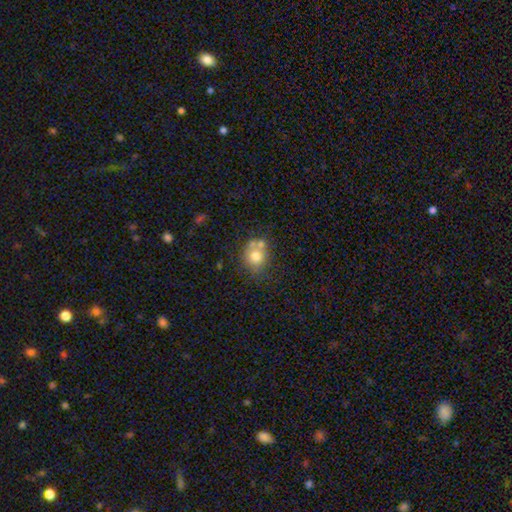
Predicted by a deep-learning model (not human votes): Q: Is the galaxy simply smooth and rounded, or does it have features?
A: smooth — 73%.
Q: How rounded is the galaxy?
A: round — 71%.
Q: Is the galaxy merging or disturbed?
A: none — 47%.